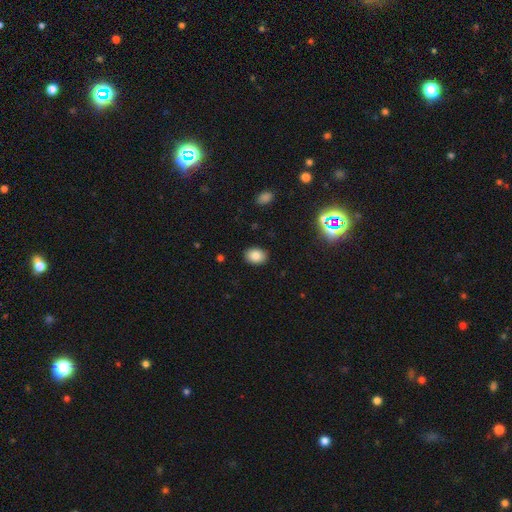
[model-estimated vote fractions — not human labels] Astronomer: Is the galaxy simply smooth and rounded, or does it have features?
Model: smooth — 84%.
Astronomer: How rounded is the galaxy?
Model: in between — 75%.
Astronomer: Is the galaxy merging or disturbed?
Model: none — 88%.